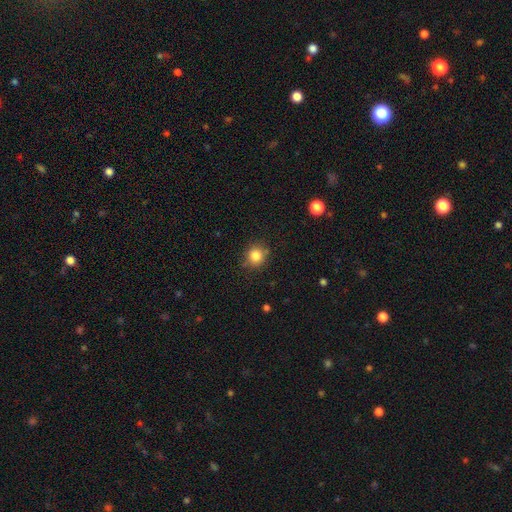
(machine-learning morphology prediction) type=smooth (84%); roundness=round (88%); merging=none (83%).